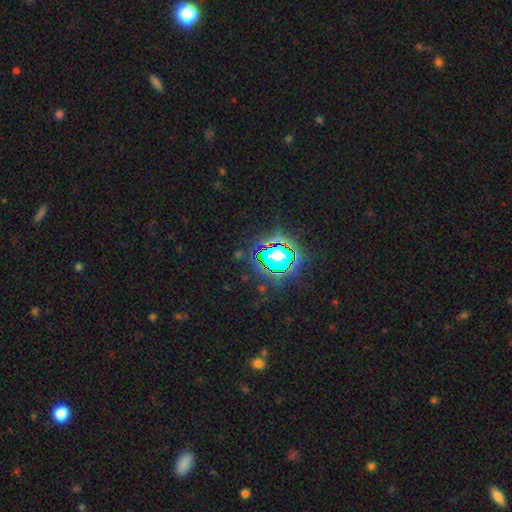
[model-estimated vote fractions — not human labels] A star or artifact, not a galaxy (81%).